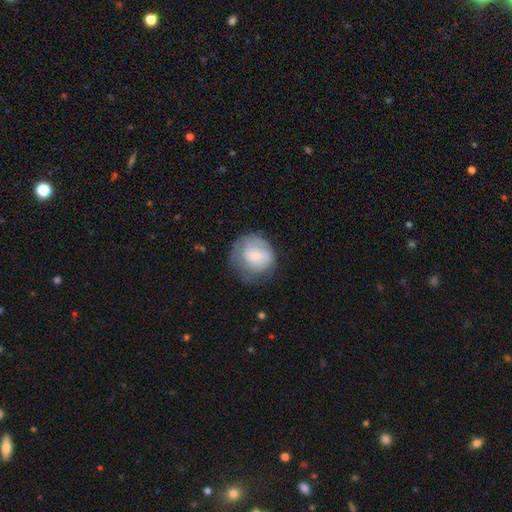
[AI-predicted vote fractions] Smooth or featured? smooth (53%)
How rounded? round (80%)
Merging? none (52%)